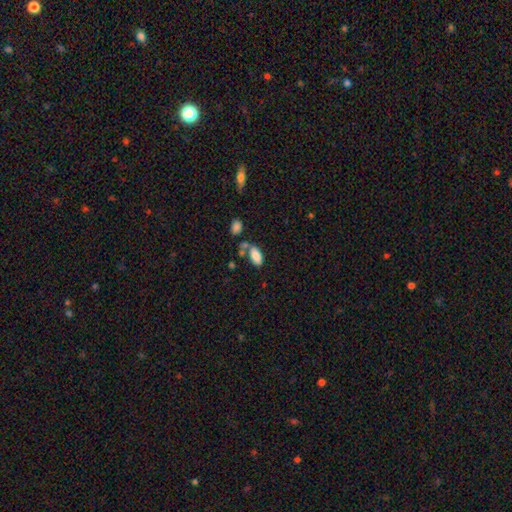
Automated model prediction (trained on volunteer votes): A smooth galaxy with no disk features (83%) that is in between round and cigar-shaped (93%).

Vote fractions:
- Smooth or featured? smooth: 83% / featured or disk: 8% / star or artifact: 8%
- How rounded? in between: 93% / cigar-shaped: 4% / round: 3%
- Merging? none: 50% / merger: 26% / minor disturbance: 18% / major disturbance: 7%